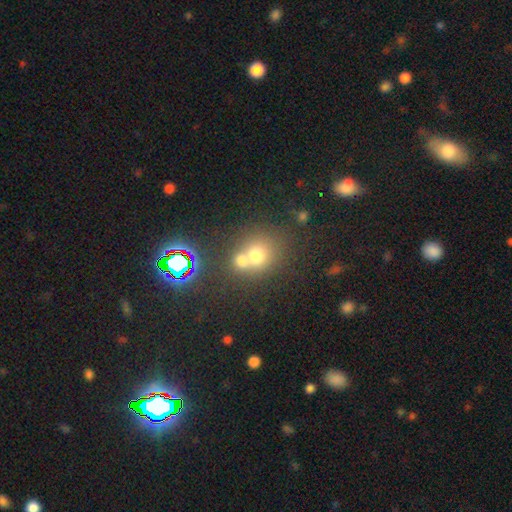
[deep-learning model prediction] Smooth or featured? smooth (68%)
How rounded? round (78%)
Merging? merger (55%)